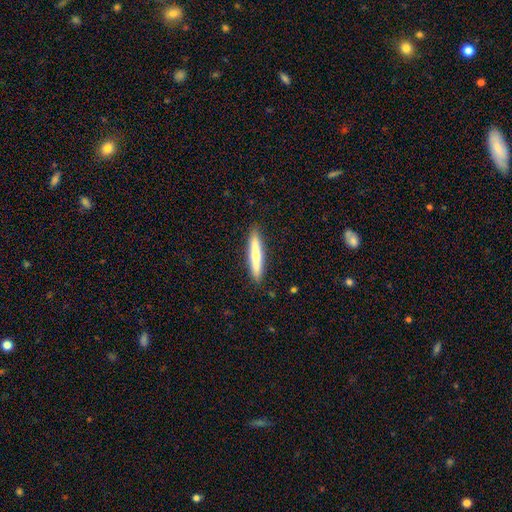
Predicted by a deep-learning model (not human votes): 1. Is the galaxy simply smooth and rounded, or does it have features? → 59% smooth, 36% featured or disk, 5% star or artifact.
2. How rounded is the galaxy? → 92% cigar-shaped, 6% in between, 1% round.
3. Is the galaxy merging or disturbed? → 90% none, 7% minor disturbance, 1% major disturbance, 1% merger.